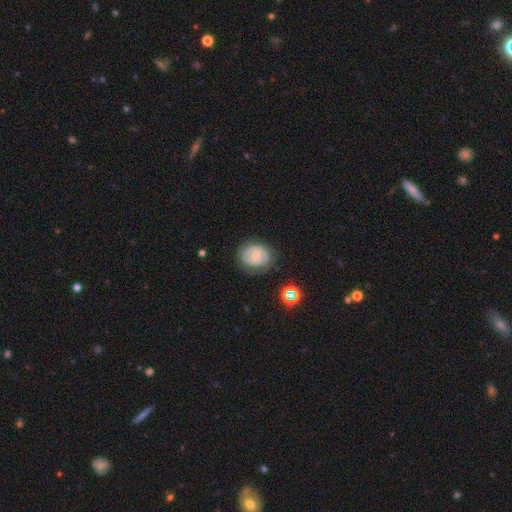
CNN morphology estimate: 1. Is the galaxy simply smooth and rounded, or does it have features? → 55% featured or disk, 37% smooth, 8% star or artifact.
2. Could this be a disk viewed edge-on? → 96% no, 4% yes.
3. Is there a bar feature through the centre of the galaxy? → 67% no, 25% weak, 8% strong.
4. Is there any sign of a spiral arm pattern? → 58% no, 42% yes.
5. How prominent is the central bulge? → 49% small, 46% moderate, 2% large, 2% none, 1% dominant.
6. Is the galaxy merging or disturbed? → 62% none, 24% minor disturbance, 12% major disturbance, 2% merger.